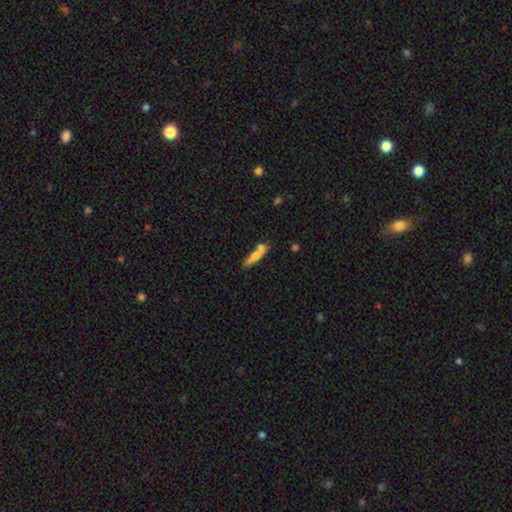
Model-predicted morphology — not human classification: This appears to be a smooth galaxy with no disk features (56%) that is cigar-shaped (81%). Merging: none (58%).